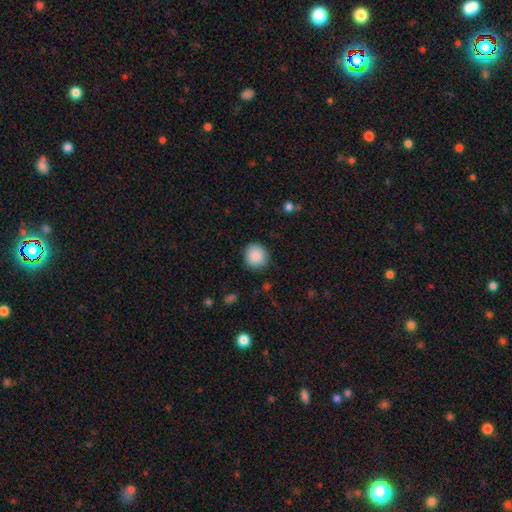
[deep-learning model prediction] smooth-or-featured: smooth: 88% | star or artifact: 8% | featured or disk: 5%
  how-rounded: round: 90% | in between: 9% | cigar-shaped: 1%
  merging: none: 88% | minor disturbance: 9% | major disturbance: 2% | merger: 1%